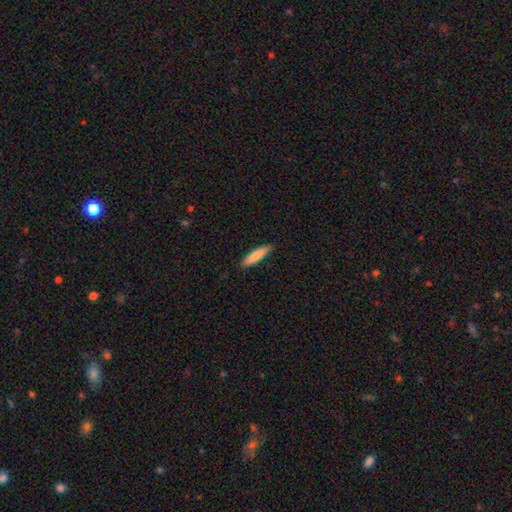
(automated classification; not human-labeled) A smooth galaxy with no disk features (82%) that is cigar-shaped (80%). Merging: none (89%).